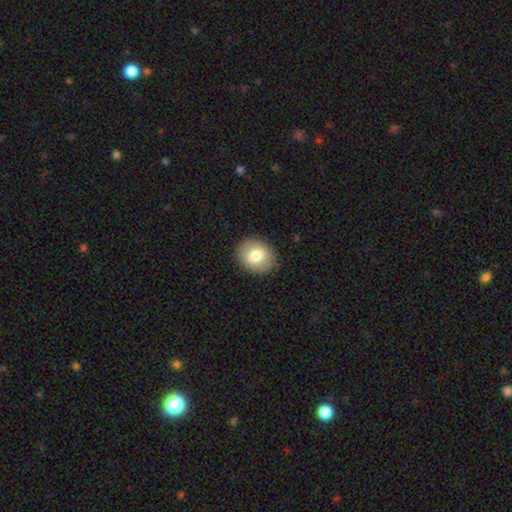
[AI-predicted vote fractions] The model was most divided on "how rounded": round: 57%, in between: 43%, cigar-shaped: 1%. More confident: merging — none (89%); smooth or featured — smooth (77%).